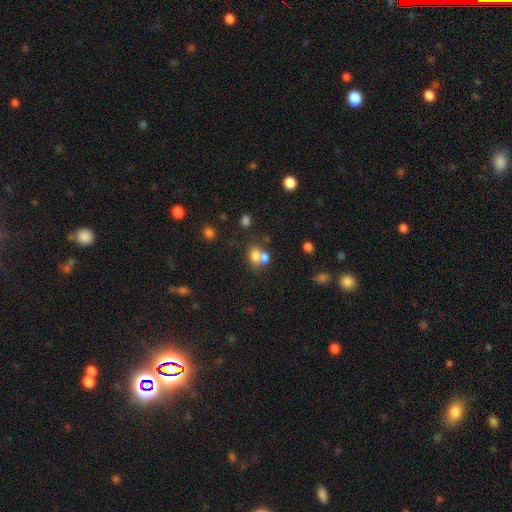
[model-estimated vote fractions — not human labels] The model was most divided on "merging": merger: 55%, none: 32%, minor disturbance: 9%, major disturbance: 5%. More confident: smooth or featured — smooth (73%); how rounded — in between (62%).